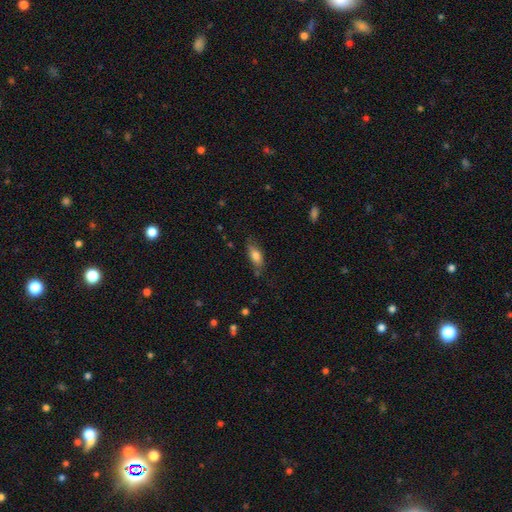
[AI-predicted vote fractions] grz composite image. It shows a smooth galaxy with no disk features (76%) that is in between round and cigar-shaped (78%). Merging: none (67%).